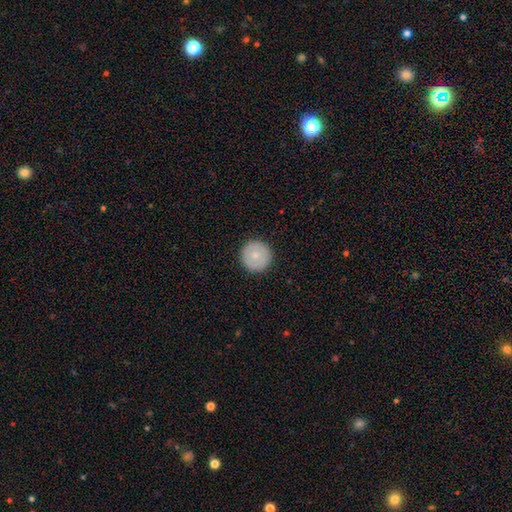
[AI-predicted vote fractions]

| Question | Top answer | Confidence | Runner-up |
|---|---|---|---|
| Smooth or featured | smooth | 79% | featured or disk (14%) |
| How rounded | round | 96% | in between (3%) |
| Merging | none | 92% | minor disturbance (5%) |